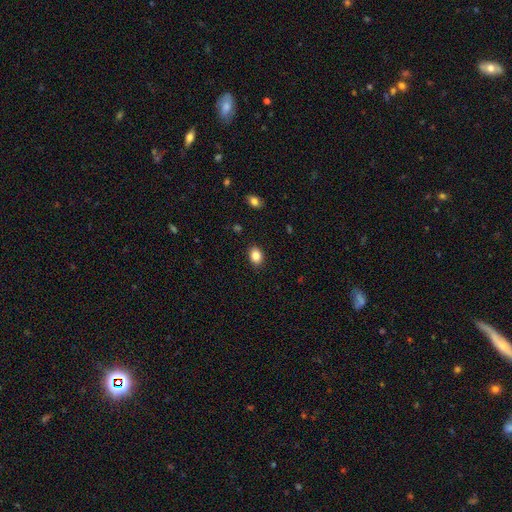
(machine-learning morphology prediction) Smooth or featured? Predicted: smooth (p=0.85). How rounded? Predicted: in between (p=0.65). Merging? Predicted: none (p=0.89).